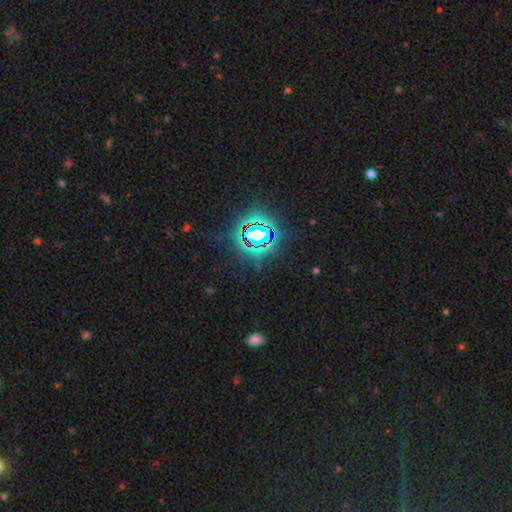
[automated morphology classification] Smooth or featured? Predicted: star or artifact (p=0.83).